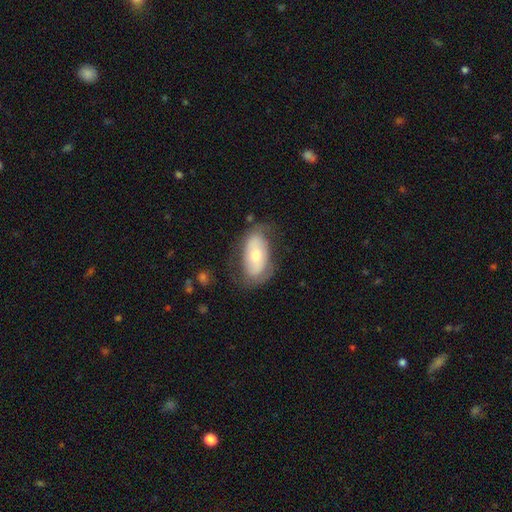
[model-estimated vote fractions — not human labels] Q: Smooth or featured?
A: smooth (48%); runner-up: featured or disk (45%)
Q: Merging?
A: none (65%); runner-up: minor disturbance (23%)